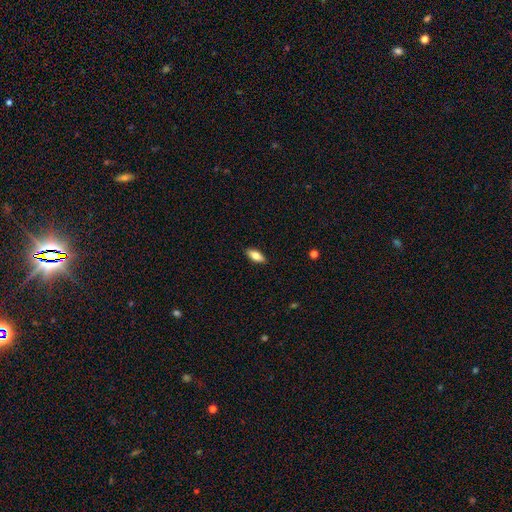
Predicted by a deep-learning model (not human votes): This is likely a smooth galaxy (77%). How rounded: clearly in between (81%). Merging: clearly none (89%).